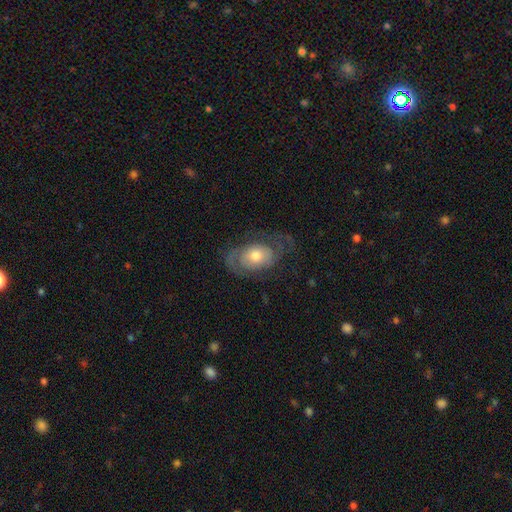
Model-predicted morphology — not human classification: Smooth or featured? featured or disk (67%)
Edge-on disk? no (94%)
Bar? no (79%)
Spiral arms? yes (81%)
Spiral winding? tight (42%)
Spiral arm count? 2 (58%)
Bulge size? moderate (67%)
Merging? none (59%)